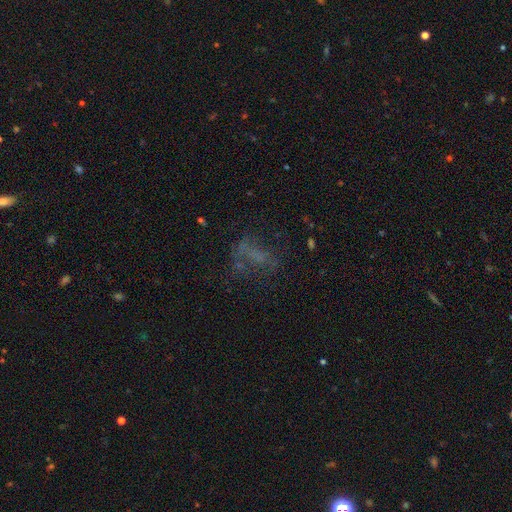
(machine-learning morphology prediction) Overall: featured or disk (40%; smooth 30%). Merging: none (46%; major disturbance 32%).